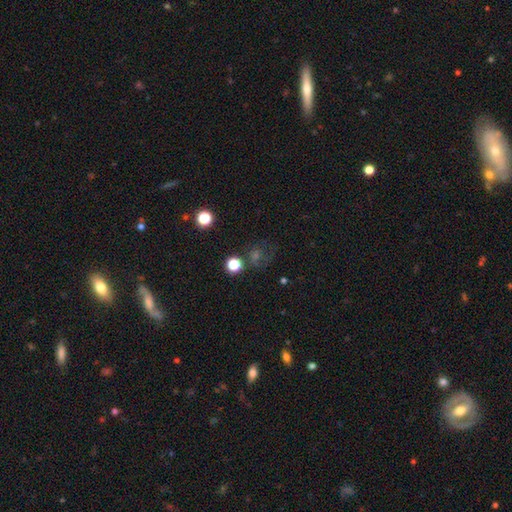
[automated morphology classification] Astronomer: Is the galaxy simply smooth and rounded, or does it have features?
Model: star or artifact — 42% (runner-up: smooth, 37%).